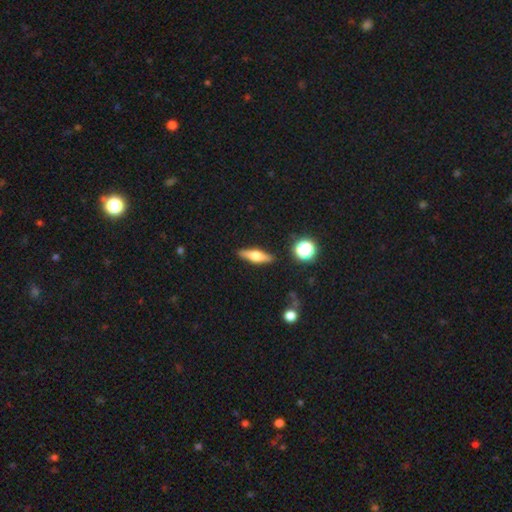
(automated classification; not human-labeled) This appears to be a featured or disk galaxy (51%) viewed edge-on (93%). Merging: none (88%).